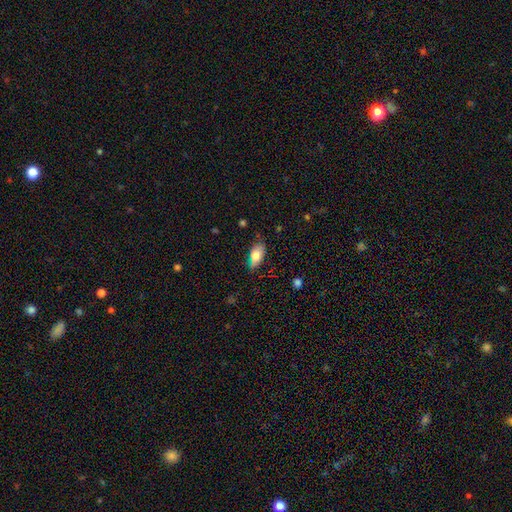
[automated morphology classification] Smooth or featured? Predicted: smooth (p=0.80). How rounded? Predicted: in between (p=0.89). Merging? Predicted: none (p=0.67).